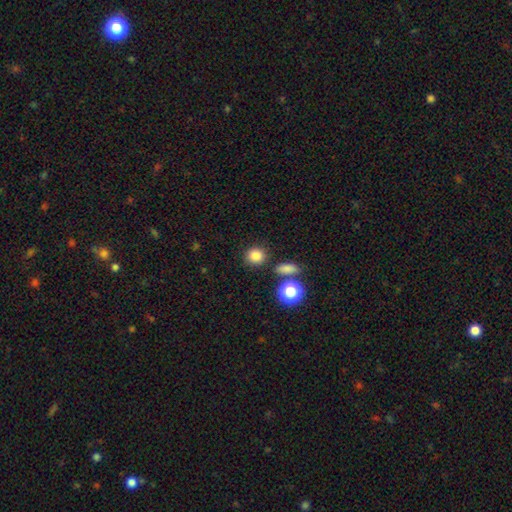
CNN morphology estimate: A smooth galaxy with no disk features (82%) that is round (83%). Merging: none (83%).